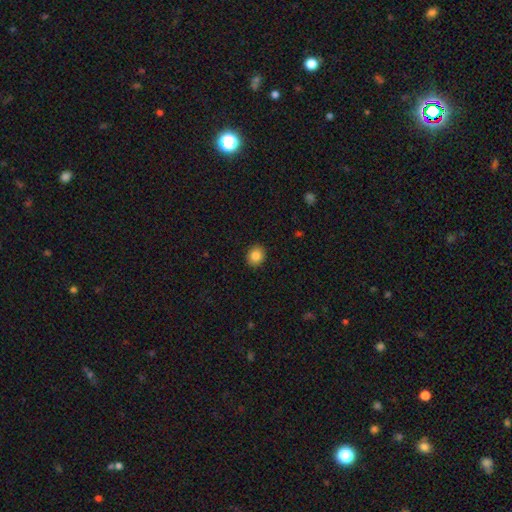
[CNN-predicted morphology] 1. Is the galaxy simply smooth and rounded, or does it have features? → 84% smooth, 9% star or artifact, 6% featured or disk.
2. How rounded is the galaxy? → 71% round, 28% in between, 1% cigar-shaped.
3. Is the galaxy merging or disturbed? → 91% none, 6% minor disturbance, 2% major disturbance, 1% merger.